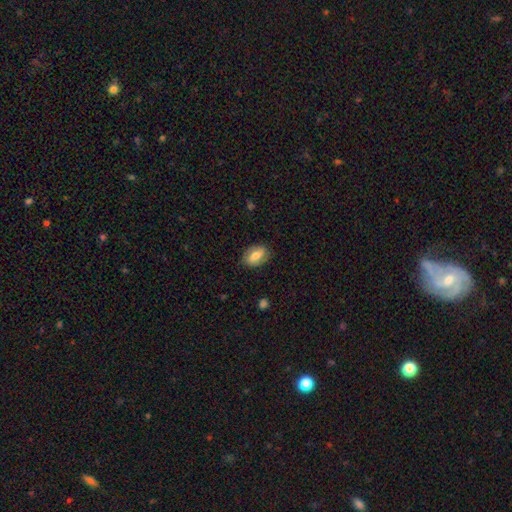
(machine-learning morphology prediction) This is likely a smooth galaxy (63%). How rounded: clearly in between (87%). Merging: clearly none (82%).